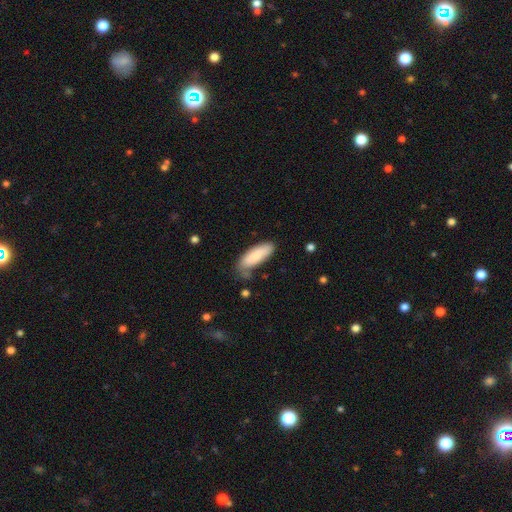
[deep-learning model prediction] smooth_or_featured: smooth (p=0.85) [alt: featured or disk p=0.10]
how_rounded: in between (p=0.66) [alt: cigar-shaped p=0.33]
merging: none (p=0.55) [alt: minor disturbance p=0.31]